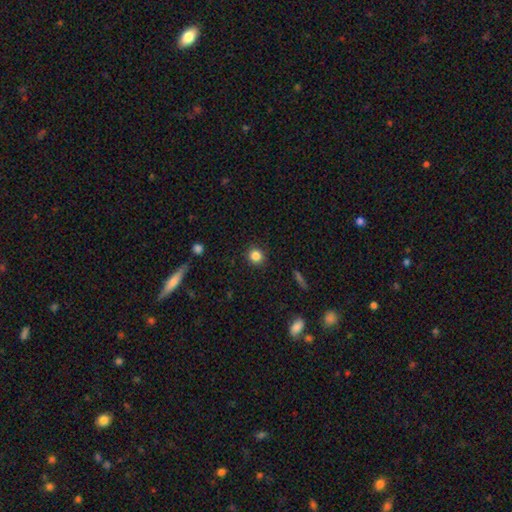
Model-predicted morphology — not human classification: Smooth or featured? smooth (84%)
How rounded? round (89%)
Merging? none (90%)